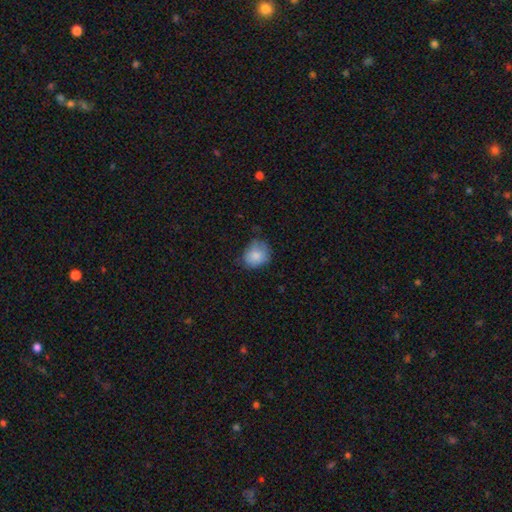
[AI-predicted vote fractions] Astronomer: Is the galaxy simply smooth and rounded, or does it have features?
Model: smooth — 83%.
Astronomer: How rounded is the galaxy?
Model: round — 66%.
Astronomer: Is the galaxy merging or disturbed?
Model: none — 60%.